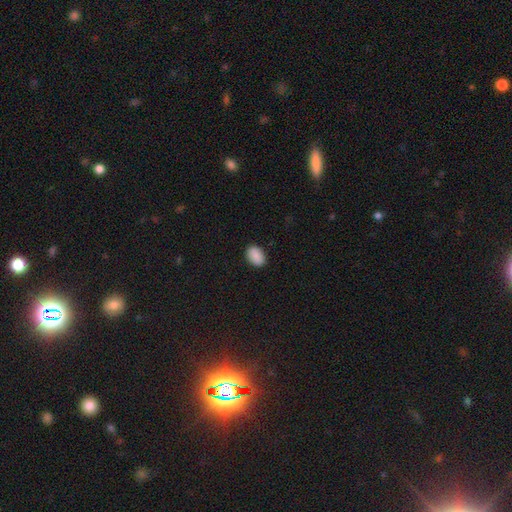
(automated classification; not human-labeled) Smooth or featured? Predicted: smooth (p=0.90). How rounded? Predicted: in between (p=0.86). Merging? Predicted: none (p=0.89).